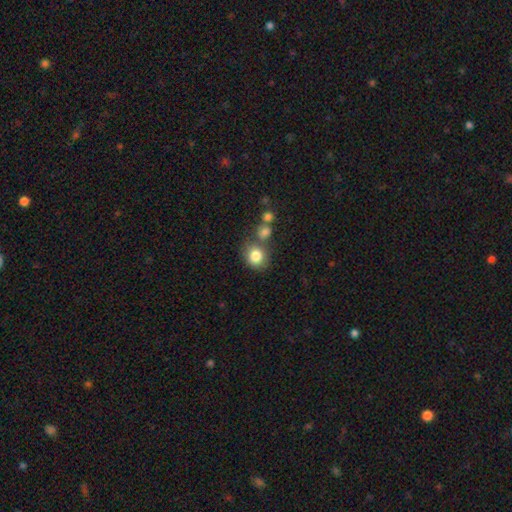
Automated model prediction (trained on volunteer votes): Overall: smooth (83%). How rounded: round (72%). Merging: none (60%; merger 22%).